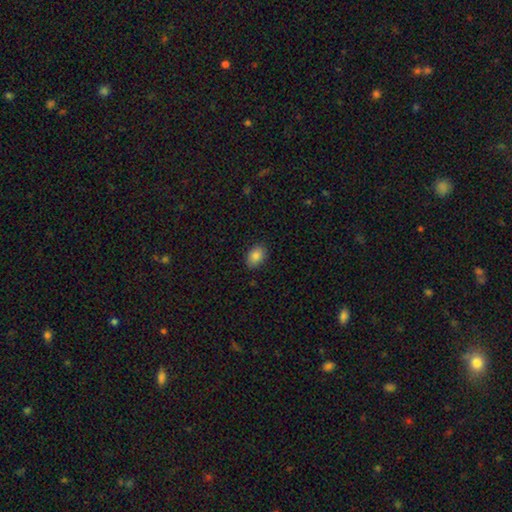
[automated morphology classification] smooth_or_featured: smooth (p=0.85) [alt: star or artifact p=0.08]
how_rounded: in between (p=0.82) [alt: round p=0.17]
merging: none (p=0.87) [alt: minor disturbance p=0.10]